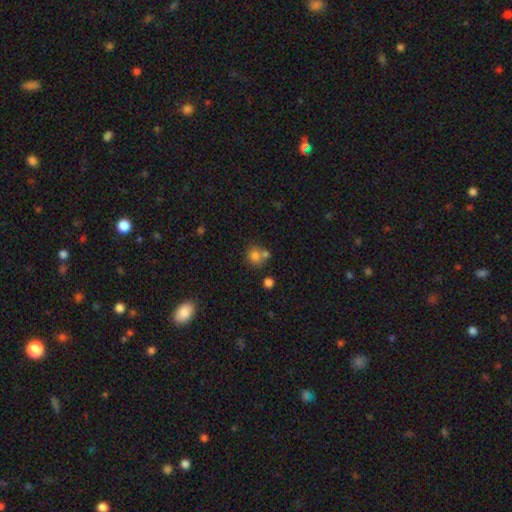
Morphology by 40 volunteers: Overall: smooth (82%). How rounded: round (91%). Merging: none (57%; merger 32%).